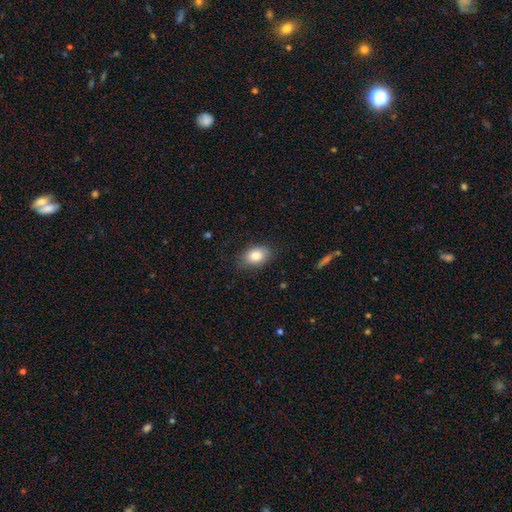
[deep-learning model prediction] The model was most divided on "how rounded": in between: 77%, round: 22%, cigar-shaped: 1%. More confident: smooth or featured — smooth (83%); merging — none (81%).